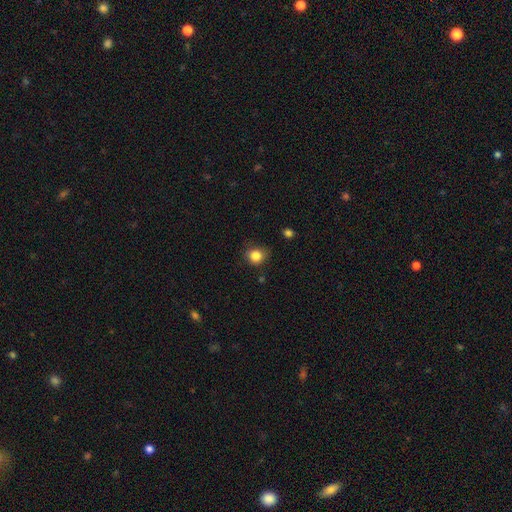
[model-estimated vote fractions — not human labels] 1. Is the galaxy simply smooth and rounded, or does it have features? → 84% smooth, 11% star or artifact, 5% featured or disk.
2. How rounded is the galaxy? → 82% round, 18% in between, 1% cigar-shaped.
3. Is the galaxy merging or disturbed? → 75% none, 19% minor disturbance, 4% major disturbance, 2% merger.